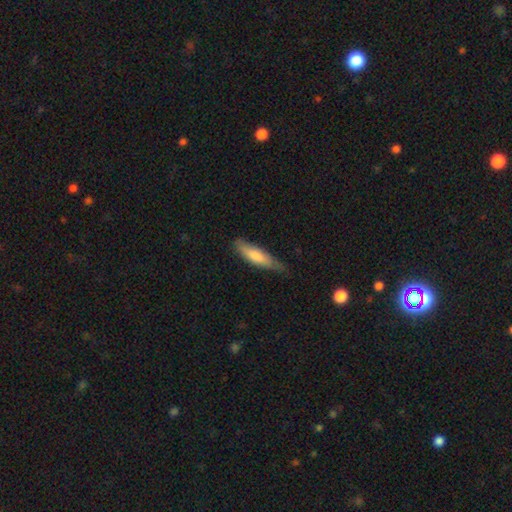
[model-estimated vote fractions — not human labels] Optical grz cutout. It shows a smooth galaxy with no disk features (71%) that is cigar-shaped (70%). Merging: none (68%).